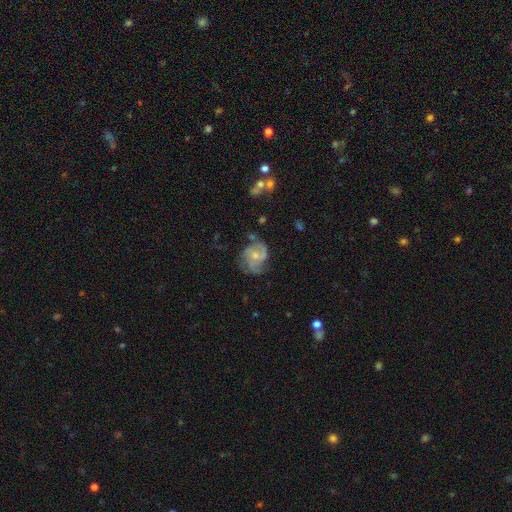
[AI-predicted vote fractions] The model was most divided on "spiral arm count": 2: 36%, 3: 27%, can't tell: 23%, 4: 5%, 1: 5%, more than 4: 3%. Remaining: edge-on disk — no (98%); spiral arms — yes (85%); bar — no (72%); smooth or featured — featured or disk (69%); merging — none (54%); bulge size — small (53%); spiral winding — medium (47%).